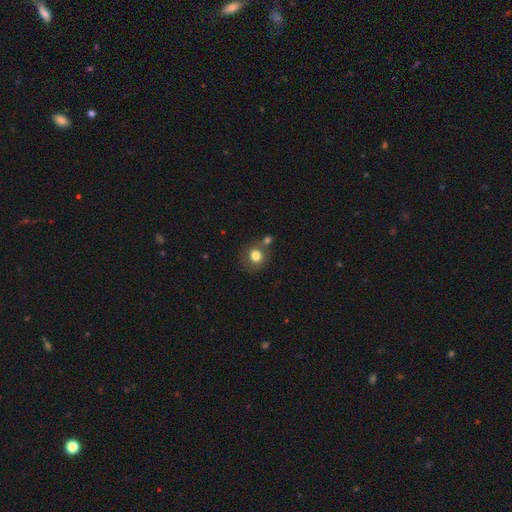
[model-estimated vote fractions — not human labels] smooth_or_featured: smooth (p=0.80) [alt: star or artifact p=0.11]
how_rounded: round (p=0.82) [alt: in between p=0.17]
merging: none (p=0.67) [alt: merger p=0.17]